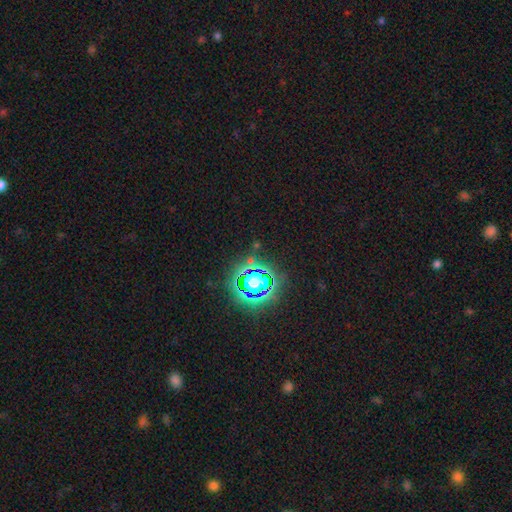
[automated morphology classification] Smooth or featured? Predicted: star or artifact (p=0.78).